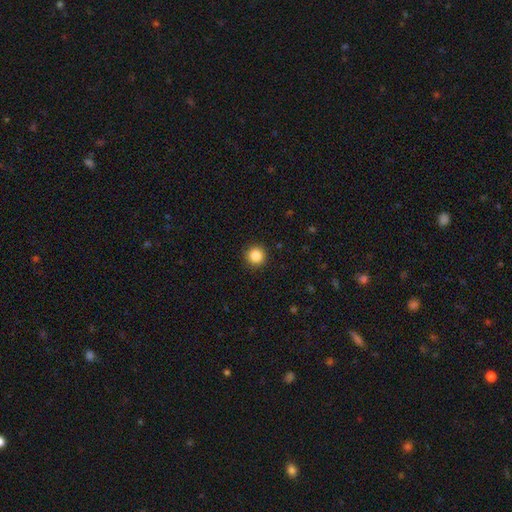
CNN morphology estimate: Smooth or featured? smooth (86%)
How rounded? round (96%)
Merging? none (92%)